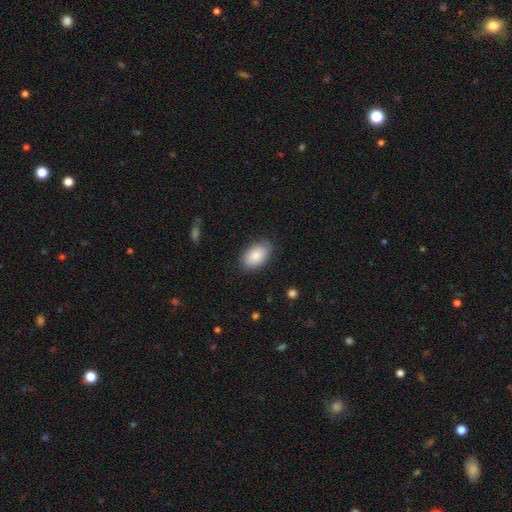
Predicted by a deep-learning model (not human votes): smooth-or-featured: smooth: 87% | featured or disk: 6% | star or artifact: 6%
  how-rounded: in between: 92% | round: 7% | cigar-shaped: 1%
  merging: none: 85% | minor disturbance: 11% | major disturbance: 3% | merger: 1%